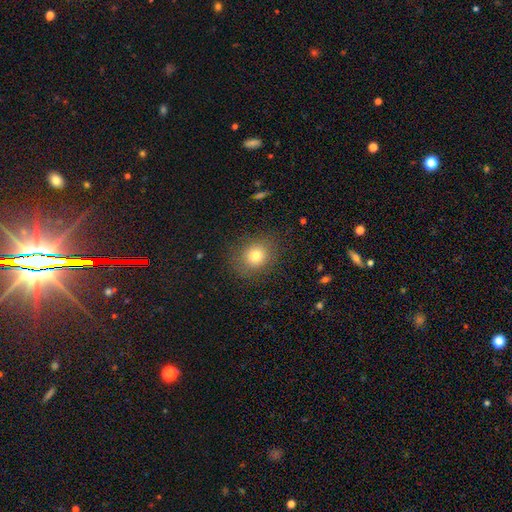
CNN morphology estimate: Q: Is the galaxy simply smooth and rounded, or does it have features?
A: smooth — 77%.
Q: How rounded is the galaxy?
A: round — 78%.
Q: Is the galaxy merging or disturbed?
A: none — 86%.